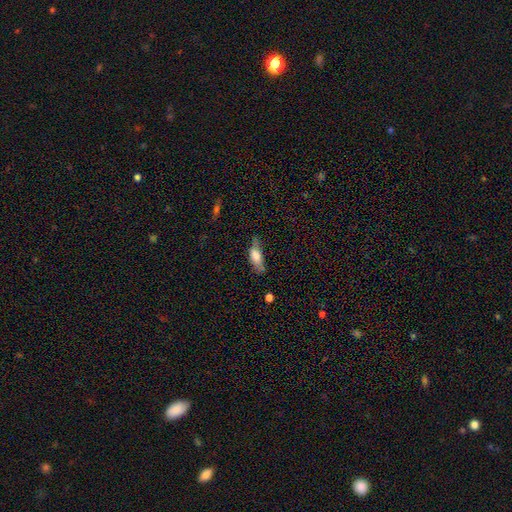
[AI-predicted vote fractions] Morphology: type=smooth (69%); roundness=in between (64%); merging=none (54%).